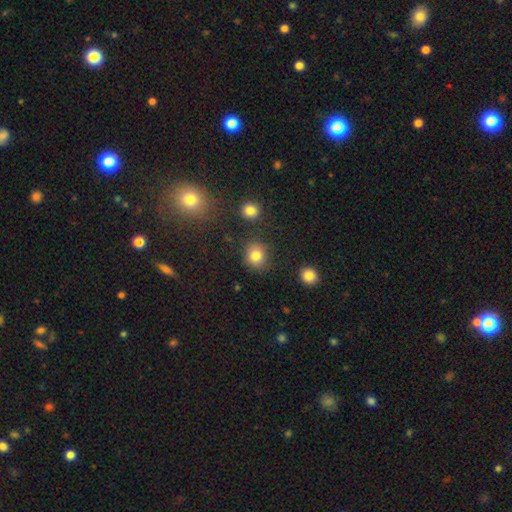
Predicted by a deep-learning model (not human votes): Overall: smooth (82%). How rounded: round (83%). Merging: none (83%).